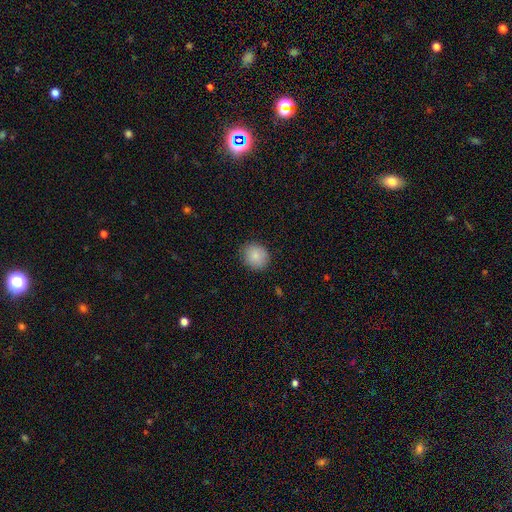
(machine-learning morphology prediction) type=smooth (87%); roundness=round (77%); merging=none (86%).